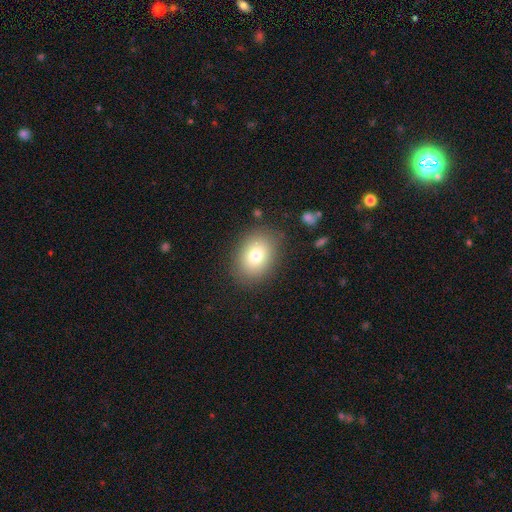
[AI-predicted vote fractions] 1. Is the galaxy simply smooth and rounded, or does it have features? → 78% smooth, 12% featured or disk, 10% star or artifact.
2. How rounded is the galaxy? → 64% in between, 35% round, 1% cigar-shaped.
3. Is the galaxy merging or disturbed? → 84% none, 11% minor disturbance, 4% major disturbance, 1% merger.